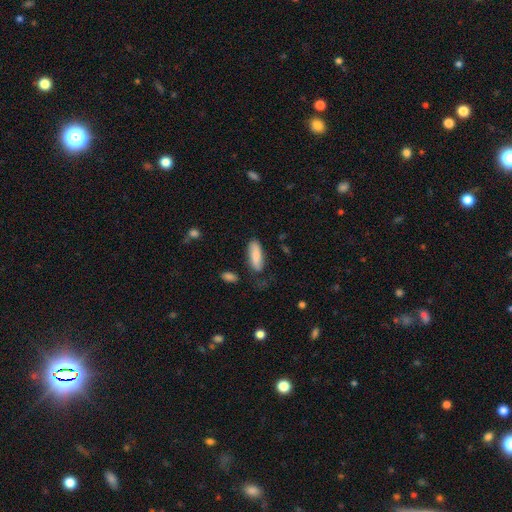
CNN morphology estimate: Smooth or featured? Predicted: smooth (p=0.84). How rounded? Predicted: in between (p=0.69). Merging? Predicted: none (p=0.69).